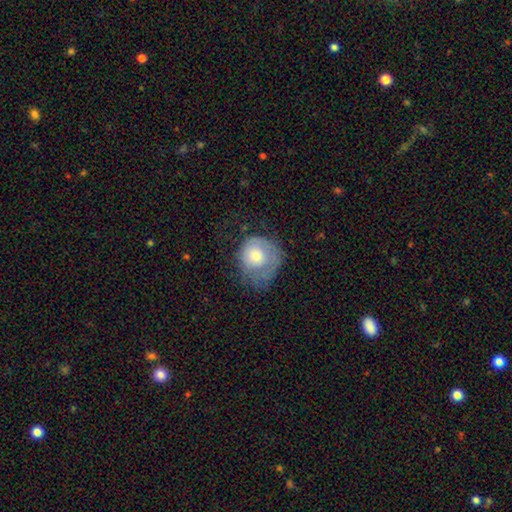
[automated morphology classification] Q: Smooth or featured?
A: smooth (60%); runner-up: featured or disk (32%)
Q: How rounded?
A: round (74%); runner-up: in between (25%)
Q: Merging?
A: none (35%); runner-up: minor disturbance (31%)